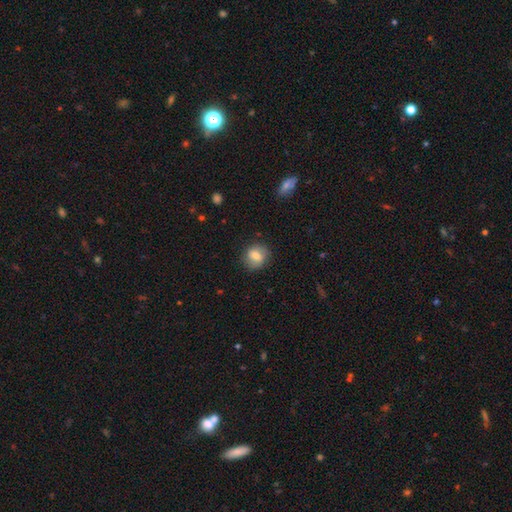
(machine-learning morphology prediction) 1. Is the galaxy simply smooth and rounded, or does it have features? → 71% smooth, 21% featured or disk, 9% star or artifact.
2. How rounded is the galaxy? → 72% round, 27% in between, 1% cigar-shaped.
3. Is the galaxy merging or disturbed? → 79% none, 15% minor disturbance, 4% major disturbance, 2% merger.